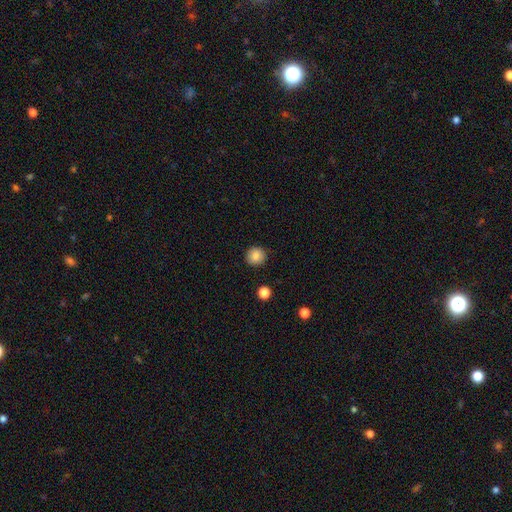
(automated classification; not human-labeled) This is clearly a smooth galaxy (86%). How rounded: clearly round (93%). Merging: clearly none (91%).